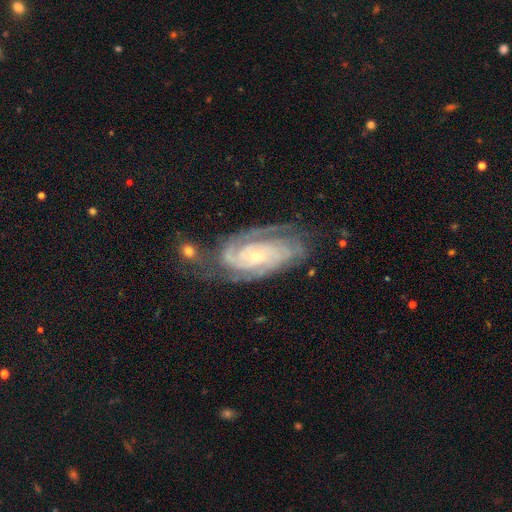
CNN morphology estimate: type=featured or disk (89%); edge-on=no (96%); bar=no (68%); spiral arms=yes (98%); winding=tight (72%); arm count=2 (36%); bulge=small (71%); merging=none (65%).